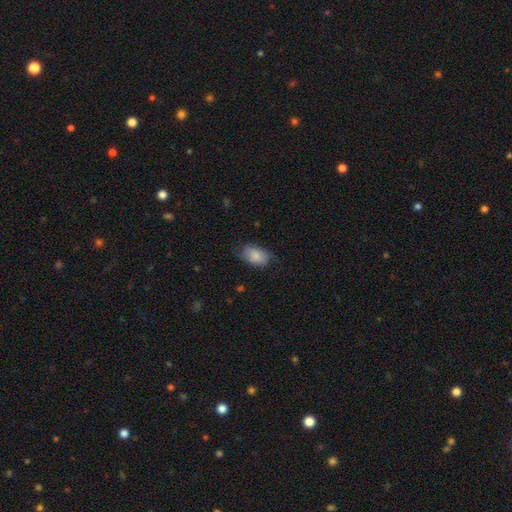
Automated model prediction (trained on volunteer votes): A smooth galaxy with no disk features (78%) that is in between round and cigar-shaped (89%).

Vote fractions:
- Smooth or featured? smooth: 78% / featured or disk: 16% / star or artifact: 7%
- How rounded? in between: 89% / round: 10% / cigar-shaped: 1%
- Merging? none: 61% / minor disturbance: 28% / major disturbance: 9% / merger: 1%